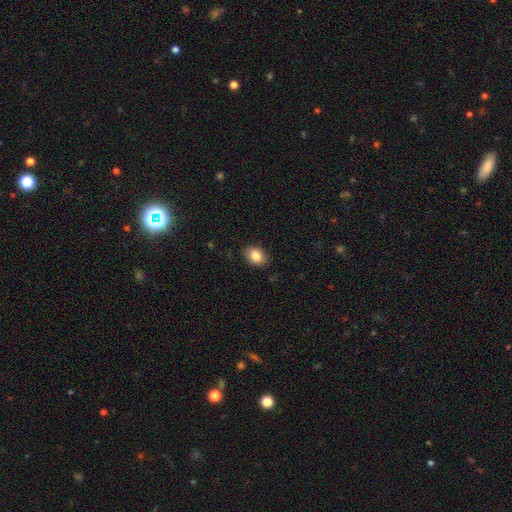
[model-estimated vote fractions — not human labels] smooth_or_featured: smooth (p=0.86) [alt: star or artifact p=0.08]
how_rounded: in between (p=0.77) [alt: round p=0.22]
merging: none (p=0.87) [alt: minor disturbance p=0.10]